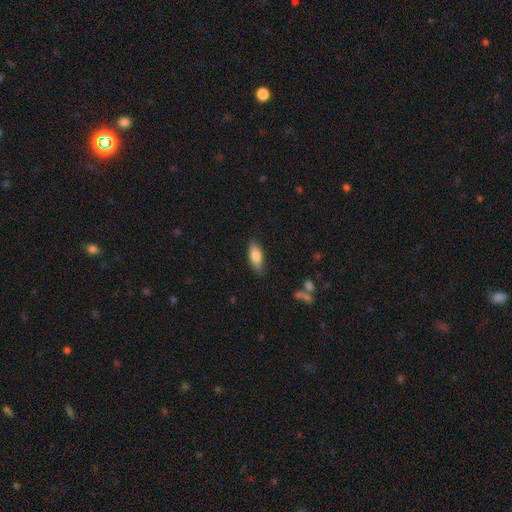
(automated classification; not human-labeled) smooth_or_featured: smooth (p=0.82) [alt: featured or disk p=0.12]
how_rounded: in between (p=0.77) [alt: cigar-shaped p=0.21]
merging: none (p=0.83) [alt: minor disturbance p=0.13]